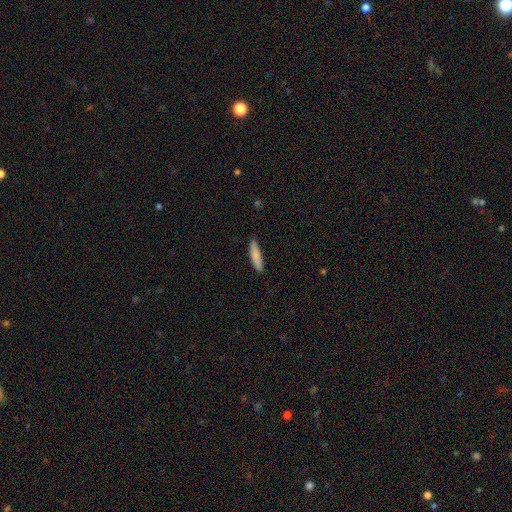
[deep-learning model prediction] Smooth or featured? Predicted: smooth (p=0.83). How rounded? Predicted: cigar-shaped (p=0.80). Merging? Predicted: none (p=0.87).